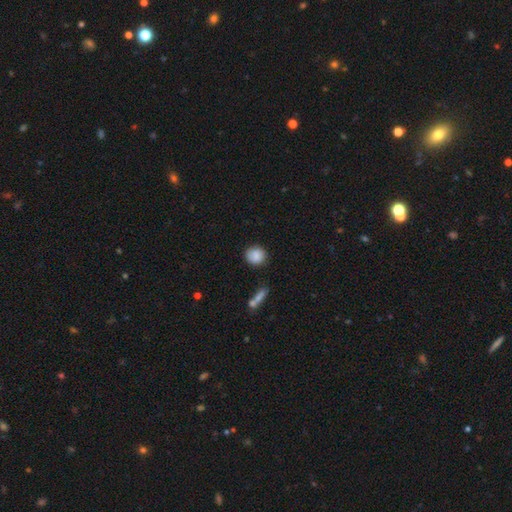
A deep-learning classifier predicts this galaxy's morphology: Smooth or featured? Predicted: smooth (p=0.87). How rounded? Predicted: round (p=0.84). Merging? Predicted: none (p=0.84).